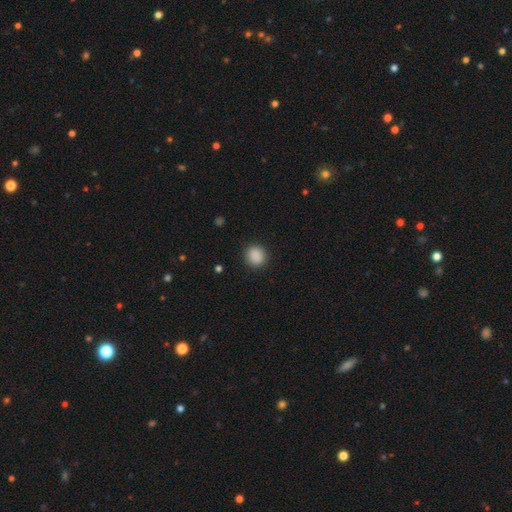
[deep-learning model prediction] smooth-or-featured: smooth: 89% | star or artifact: 9% | featured or disk: 3%
  how-rounded: round: 83% | in between: 17% | cigar-shaped: 1%
  merging: none: 90% | minor disturbance: 7% | major disturbance: 3% | merger: 1%